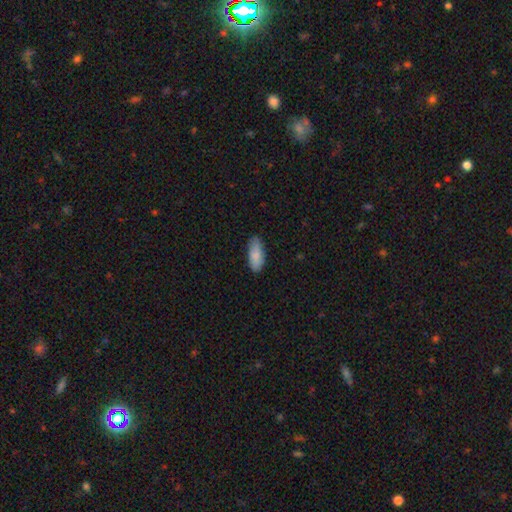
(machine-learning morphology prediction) smooth 85%, featured or disk 9%, star or artifact 6%. Down the decision tree: how rounded — in between (84%); merging — none (82%).